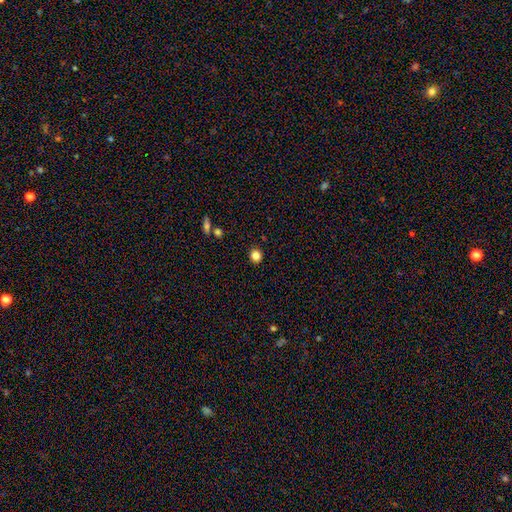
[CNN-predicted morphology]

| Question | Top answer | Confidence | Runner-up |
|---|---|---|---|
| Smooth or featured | smooth | 83% | star or artifact (12%) |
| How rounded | round | 86% | in between (13%) |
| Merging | none | 90% | minor disturbance (6%) |